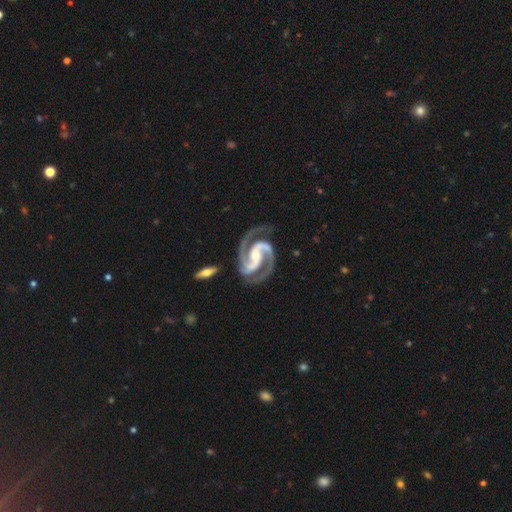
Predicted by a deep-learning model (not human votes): This appears to be a featured or disk galaxy (95%) with a strong bar (43%), 2 (90%) medium (59%) spiral arms (99%) and a moderate central bulge (50%). Merging: none (77%).